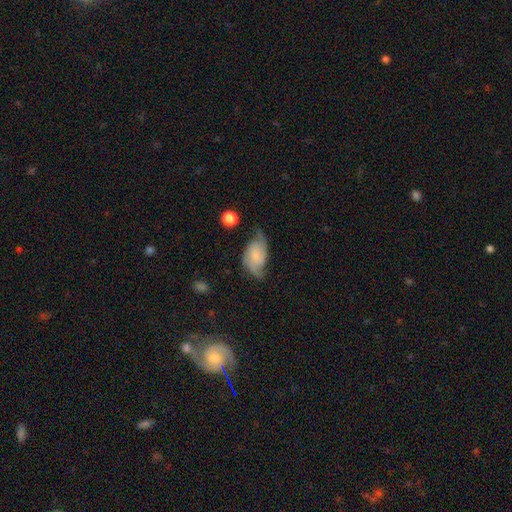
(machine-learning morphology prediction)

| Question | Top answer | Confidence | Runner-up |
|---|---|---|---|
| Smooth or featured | featured or disk | 62% | smooth (30%) |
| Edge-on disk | no | 96% | yes (4%) |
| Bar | no | 69% | weak (25%) |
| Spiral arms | yes | 91% | no (9%) |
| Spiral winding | loose | 50% | medium (34%) |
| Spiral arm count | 2 | 86% | can't tell (6%) |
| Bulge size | small | 45% | none (32%) |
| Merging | none | 51% | minor disturbance (29%) |